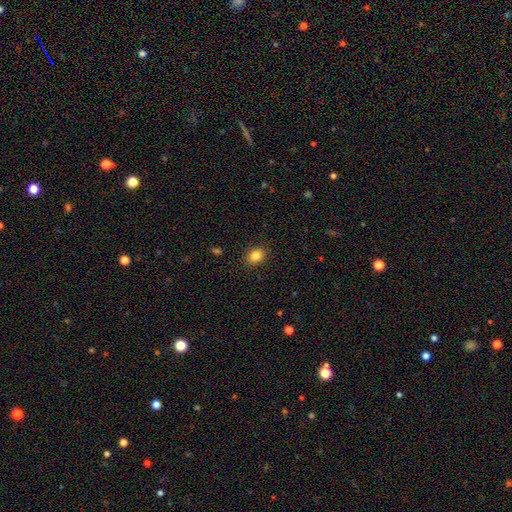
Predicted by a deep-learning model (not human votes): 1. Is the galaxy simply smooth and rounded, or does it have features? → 85% smooth, 10% star or artifact, 5% featured or disk.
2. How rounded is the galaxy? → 54% in between, 45% round, 1% cigar-shaped.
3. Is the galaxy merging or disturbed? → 89% none, 8% minor disturbance, 2% major disturbance, 1% merger.